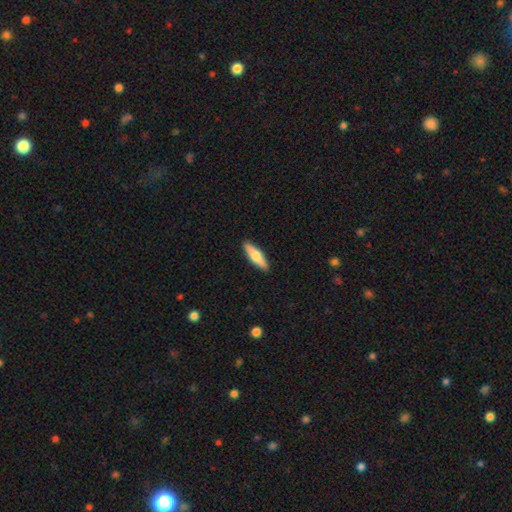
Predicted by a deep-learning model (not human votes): smooth 60%, featured or disk 35%, star or artifact 5%. Down the decision tree: how rounded — cigar-shaped (67%); merging — none (91%).